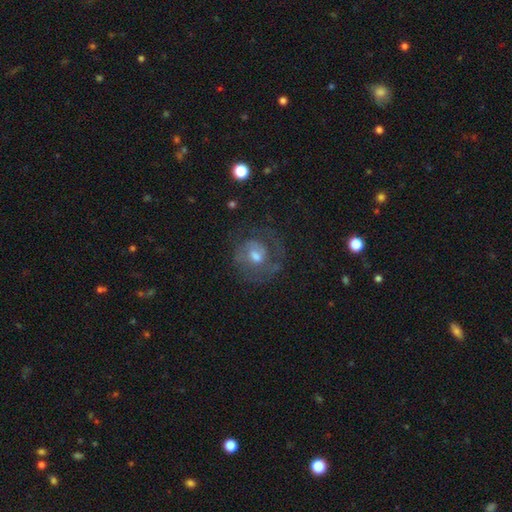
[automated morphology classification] type=featured or disk (61%); edge-on=no (97%); bar=no (60%); spiral arms=yes (69%); bulge=moderate (63%); merging=none (53%).